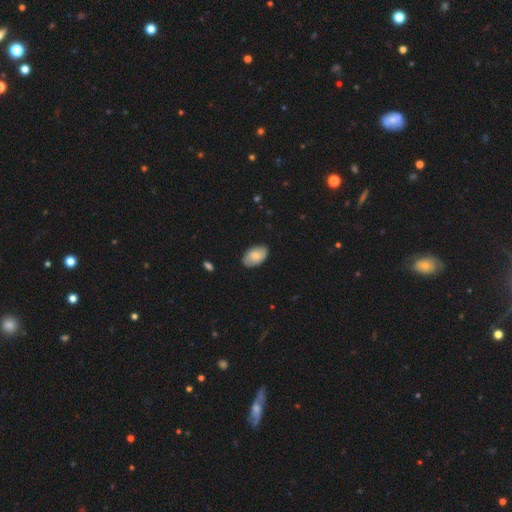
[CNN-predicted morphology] Overall: smooth (77%). How rounded: in between (93%). Merging: none (82%).